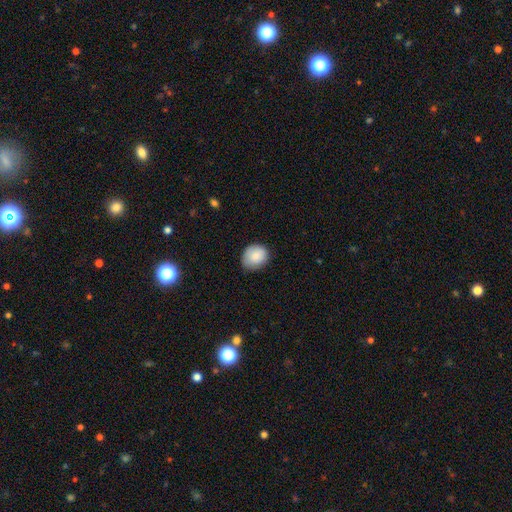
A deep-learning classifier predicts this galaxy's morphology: Q: Smooth or featured?
A: smooth (87%); runner-up: star or artifact (7%)
Q: How rounded?
A: round (57%); runner-up: in between (42%)
Q: Merging?
A: none (71%); runner-up: minor disturbance (24%)